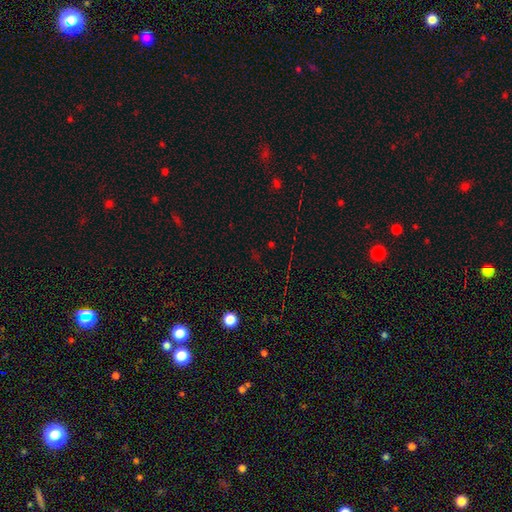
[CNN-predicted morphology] A star or artifact, not a galaxy (67%).

Vote fractions:
- Smooth or featured? star or artifact: 67% / smooth: 24% / featured or disk: 9%